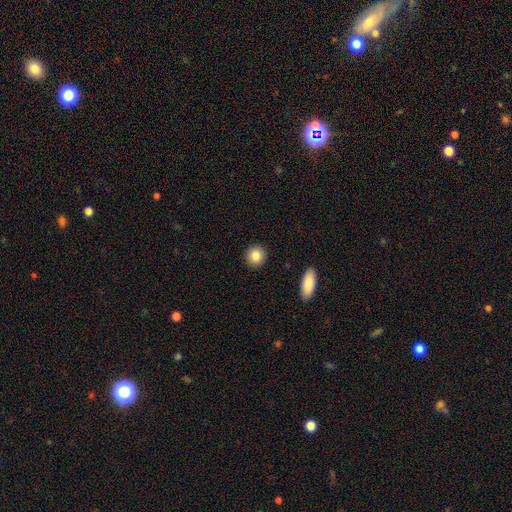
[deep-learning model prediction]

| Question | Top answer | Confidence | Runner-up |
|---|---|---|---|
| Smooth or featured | smooth | 85% | star or artifact (8%) |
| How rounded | round | 88% | in between (10%) |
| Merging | none | 92% | minor disturbance (5%) |